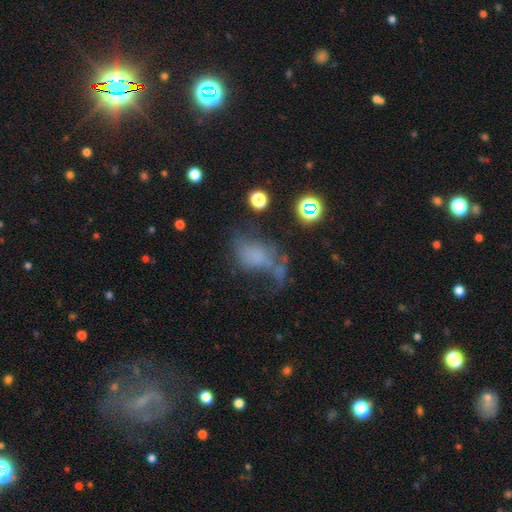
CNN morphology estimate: smooth_or_featured: smooth (p=0.53) [alt: featured or disk p=0.27]
how_rounded: in between (p=0.74) [alt: round p=0.24]
merging: major disturbance (p=0.40) [alt: none p=0.27]